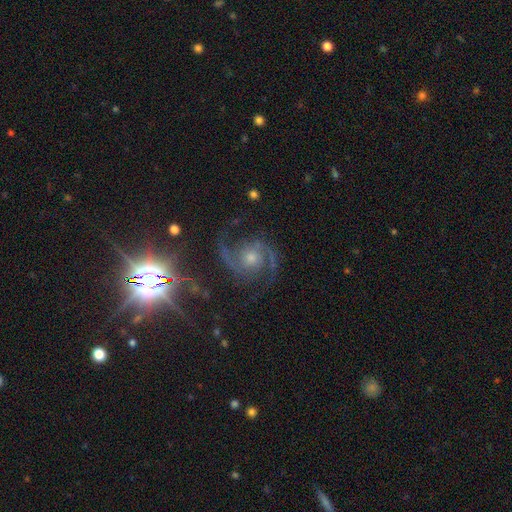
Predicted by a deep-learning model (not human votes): smooth_or_featured: featured or disk (p=0.84) [alt: star or artifact p=0.12]
disk_edge_on: no (p=0.98) [alt: yes p=0.02]
bar: no (p=0.69) [alt: weak p=0.24]
has_spiral_arms: yes (p=0.98) [alt: no p=0.02]
spiral_winding: medium (p=0.57) [alt: tight p=0.23]
spiral_arm_count: 2 (p=0.83) [alt: 3 p=0.06]
bulge_size: moderate (p=0.53) [alt: small p=0.37]
merging: none (p=0.76) [alt: minor disturbance p=0.14]